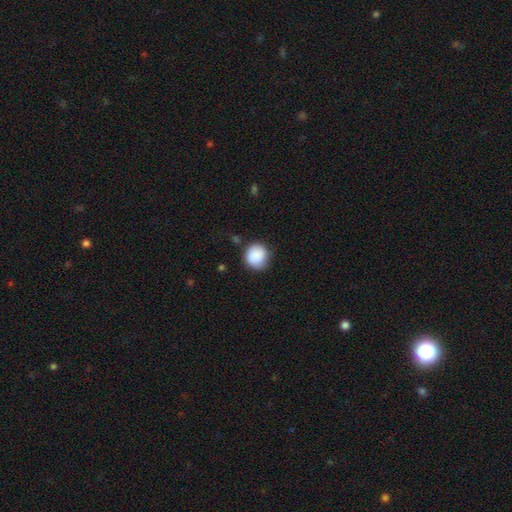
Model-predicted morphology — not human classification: Smooth or featured?
  - smooth: 87% *
  - star or artifact: 7%
  - featured or disk: 5%
How rounded?
  - round: 88% *
  - in between: 11%
  - cigar-shaped: 1%
Merging?
  - none: 76% *
  - minor disturbance: 17%
  - major disturbance: 5%
  - merger: 3%